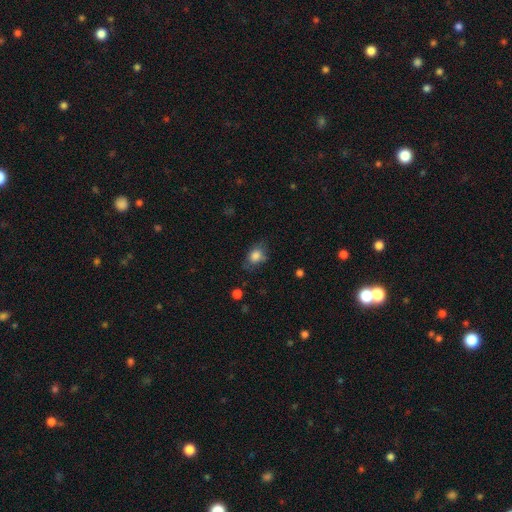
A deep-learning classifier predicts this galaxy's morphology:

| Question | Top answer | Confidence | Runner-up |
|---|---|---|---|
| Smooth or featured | smooth | 81% | featured or disk (10%) |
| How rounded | in between | 64% | round (34%) |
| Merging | none | 63% | minor disturbance (25%) |